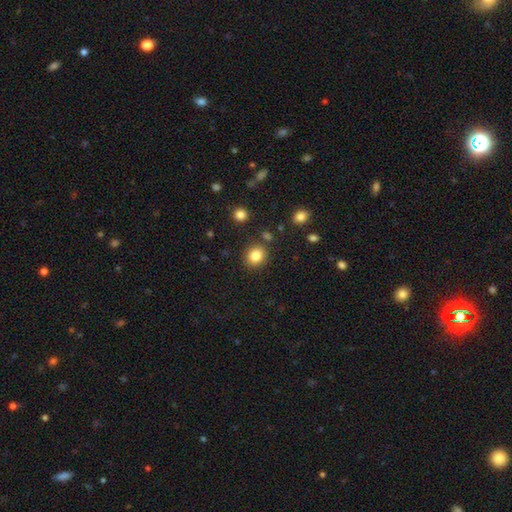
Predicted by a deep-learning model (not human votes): A smooth galaxy with no disk features (84%) that is round (75%). Merging: none (85%).